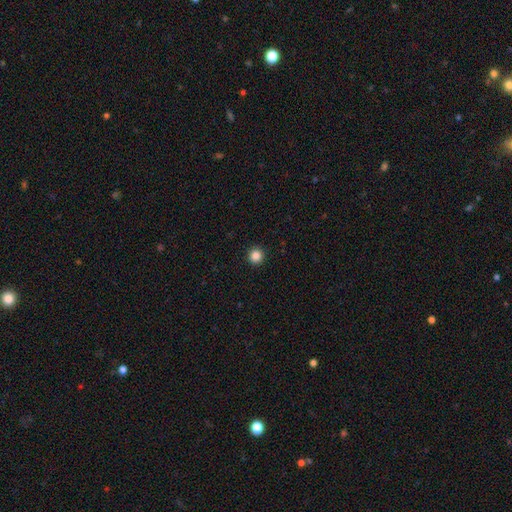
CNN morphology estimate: smooth-or-featured: smooth: 86% | star or artifact: 11% | featured or disk: 3%
  how-rounded: round: 95% | in between: 4% | cigar-shaped: 1%
  merging: none: 94% | minor disturbance: 4% | major disturbance: 1% | merger: 1%